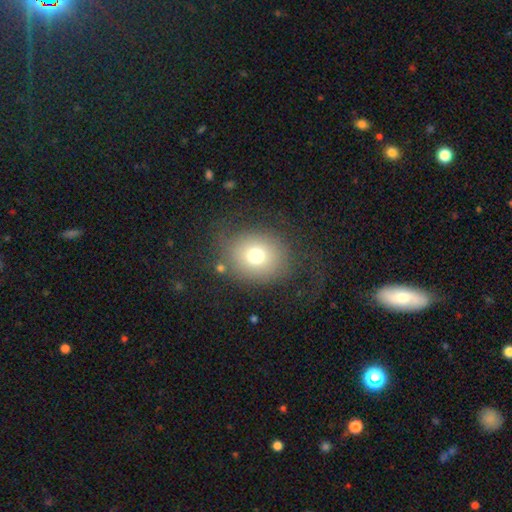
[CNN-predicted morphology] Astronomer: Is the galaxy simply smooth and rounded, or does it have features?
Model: smooth — 71%.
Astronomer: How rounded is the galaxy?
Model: round — 69%.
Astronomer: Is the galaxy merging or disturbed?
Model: none — 70%.